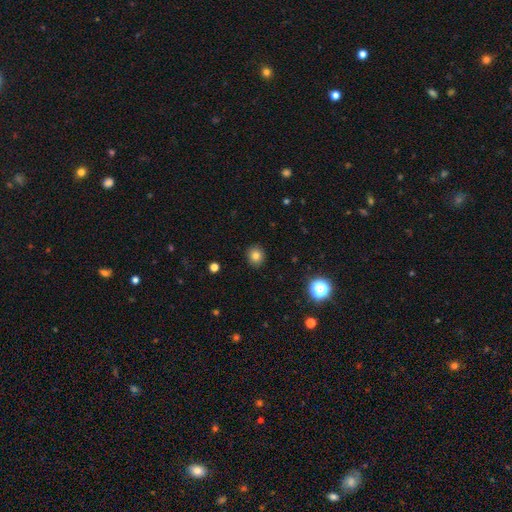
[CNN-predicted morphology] type=smooth (79%); roundness=round (86%); merging=none (90%).